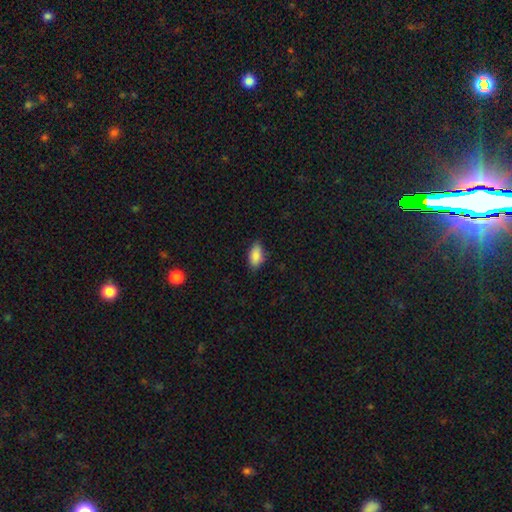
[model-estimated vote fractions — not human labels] smooth 88%, star or artifact 7%, featured or disk 5%. Down the decision tree: how rounded — in between (91%); merging — none (80%).